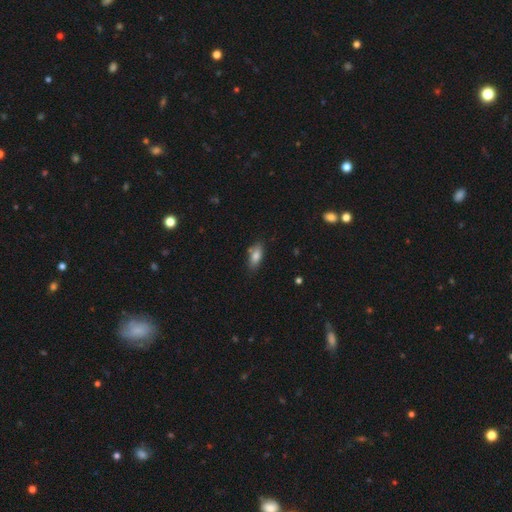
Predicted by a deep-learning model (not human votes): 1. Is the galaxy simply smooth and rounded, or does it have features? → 80% smooth, 12% featured or disk, 8% star or artifact.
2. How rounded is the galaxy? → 82% in between, 15% cigar-shaped, 3% round.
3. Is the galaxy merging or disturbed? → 75% none, 16% minor disturbance, 6% merger, 3% major disturbance.